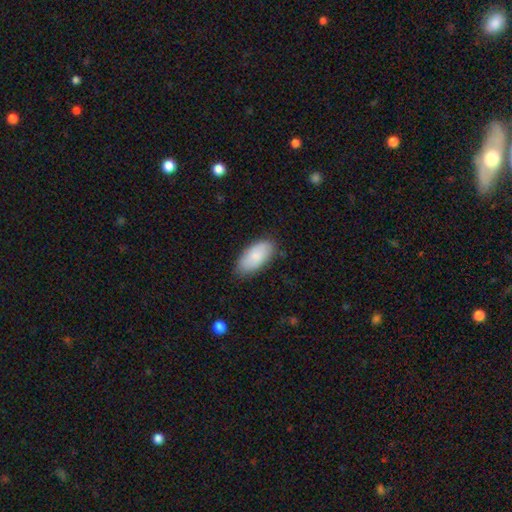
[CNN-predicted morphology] type=smooth (82%); roundness=in between (93%); merging=none (80%).